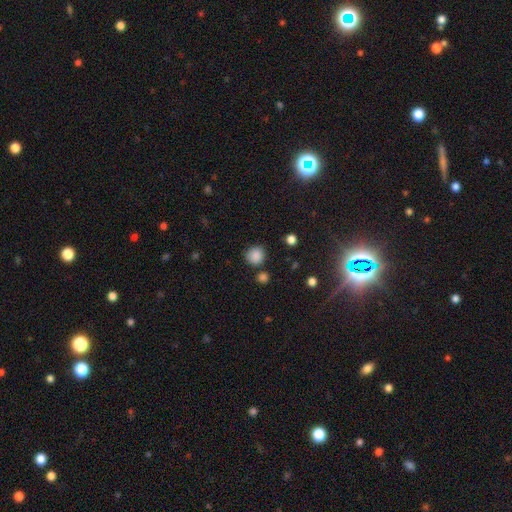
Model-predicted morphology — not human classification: smooth-or-featured: smooth: 86% | star or artifact: 11% | featured or disk: 4%
  how-rounded: round: 89% | in between: 10% | cigar-shaped: 1%
  merging: none: 78% | minor disturbance: 12% | merger: 7% | major disturbance: 4%